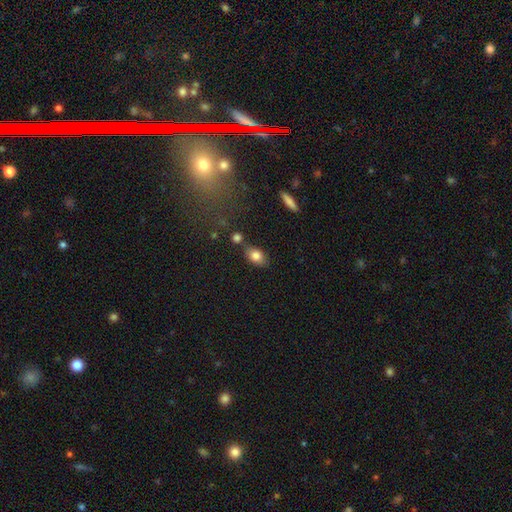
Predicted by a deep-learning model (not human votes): A smooth galaxy with no disk features (81%) that is in between round and cigar-shaped (81%). Merging: none (67%).